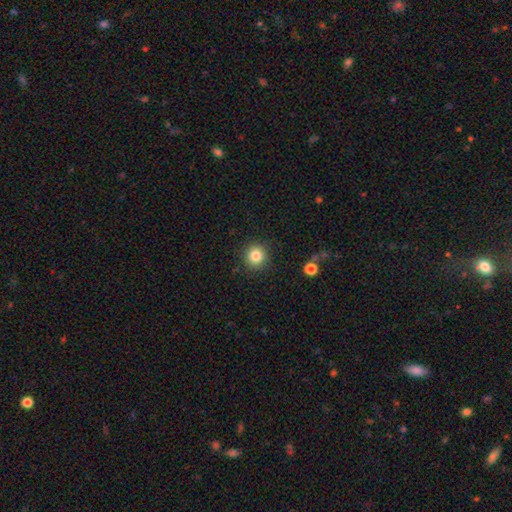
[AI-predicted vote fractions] The model was most divided on "smooth or featured": smooth: 83%, star or artifact: 11%, featured or disk: 6%. More confident: how rounded — round (93%); merging — none (90%).